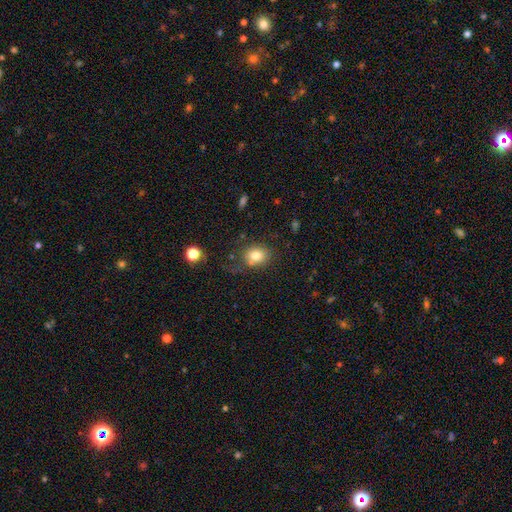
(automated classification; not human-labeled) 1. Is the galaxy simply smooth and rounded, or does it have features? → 79% smooth, 11% star or artifact, 10% featured or disk.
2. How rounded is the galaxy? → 55% round, 44% in between, 1% cigar-shaped.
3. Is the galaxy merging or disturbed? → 72% none, 17% minor disturbance, 6% major disturbance, 5% merger.